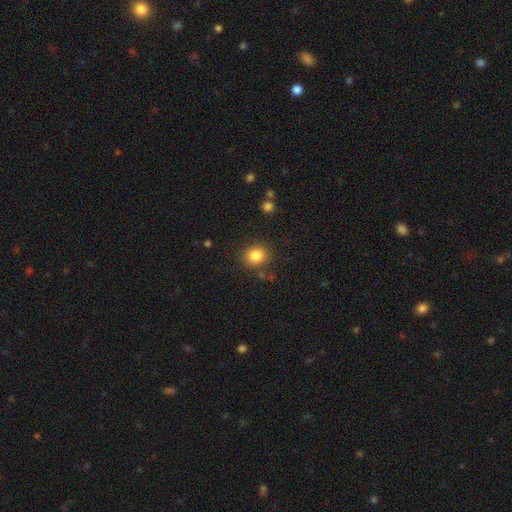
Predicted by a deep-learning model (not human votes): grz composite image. It shows a smooth galaxy with no disk features (84%) that is round (79%). Merging: none (83%).